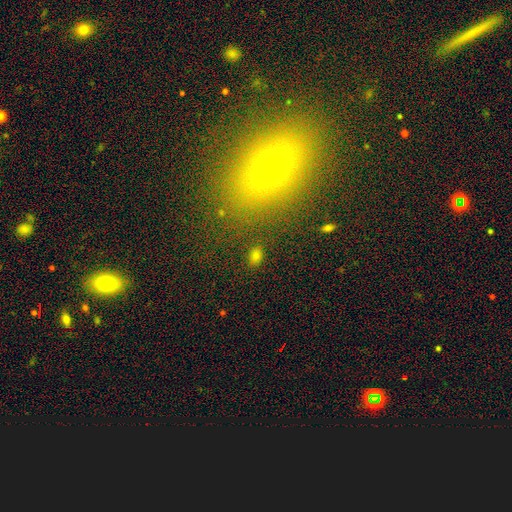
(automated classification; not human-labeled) Morphology: type=smooth (77%); roundness=in between (85%); merging=none (86%).